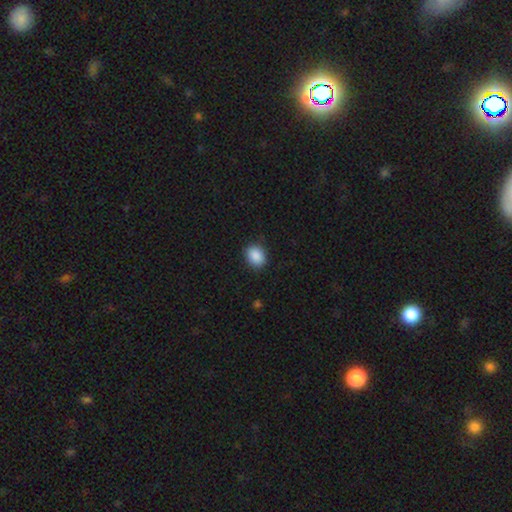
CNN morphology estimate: Q: Smooth or featured?
A: smooth (89%); runner-up: star or artifact (8%)
Q: How rounded?
A: in between (59%); runner-up: round (40%)
Q: Merging?
A: none (86%); runner-up: minor disturbance (10%)